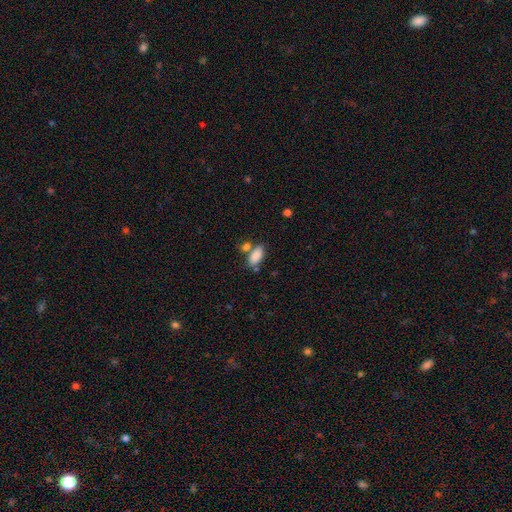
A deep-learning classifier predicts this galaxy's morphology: Smooth or featured? Predicted: smooth (p=0.86). How rounded? Predicted: in between (p=0.91). Merging? Predicted: none (p=0.56).